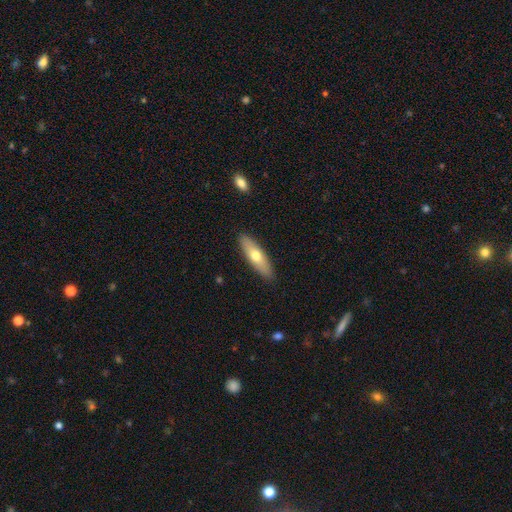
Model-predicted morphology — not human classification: Q: Smooth or featured?
A: smooth (62%); runner-up: featured or disk (33%)
Q: How rounded?
A: cigar-shaped (53%); runner-up: in between (45%)
Q: Merging?
A: none (89%); runner-up: minor disturbance (8%)